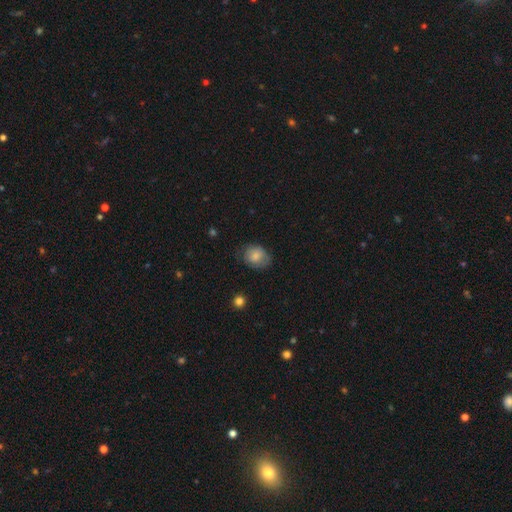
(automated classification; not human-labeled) Morphology: type=smooth (76%); roundness=in between (52%); merging=none (62%).